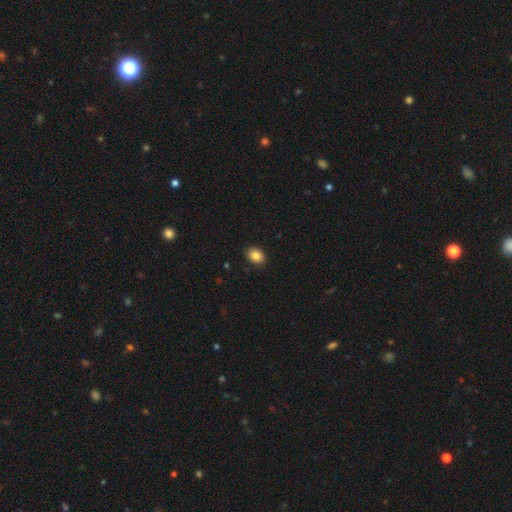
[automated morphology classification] Smooth or featured? Predicted: smooth (p=0.86). How rounded? Predicted: in between (p=0.64). Merging? Predicted: none (p=0.89).